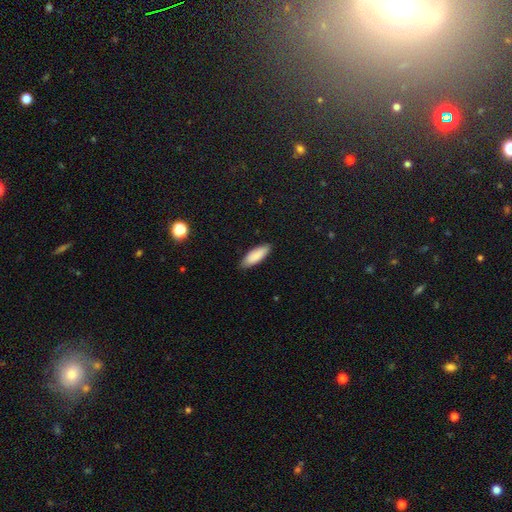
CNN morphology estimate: A smooth galaxy with no disk features (88%) that is in between round and cigar-shaped (66%).

Vote fractions:
- Smooth or featured? smooth: 88% / featured or disk: 7% / star or artifact: 6%
- How rounded? in between: 66% / cigar-shaped: 32% / round: 1%
- Merging? none: 84% / minor disturbance: 13% / major disturbance: 2% / merger: 1%